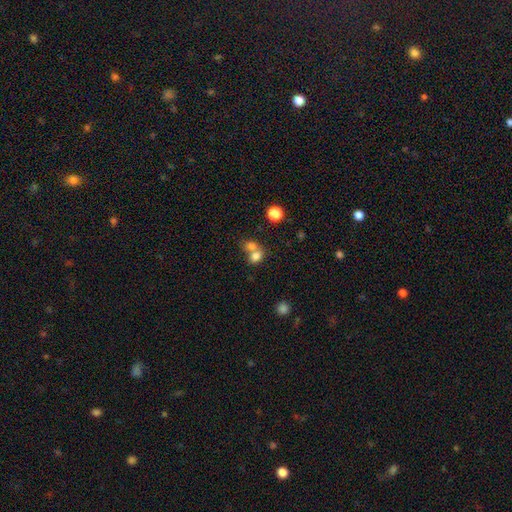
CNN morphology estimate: Smooth or featured: smooth — 76% (star or artifact — 12%)
How rounded: round — 51% (in between — 48%)
Merging: merger — 61% (none — 29%)